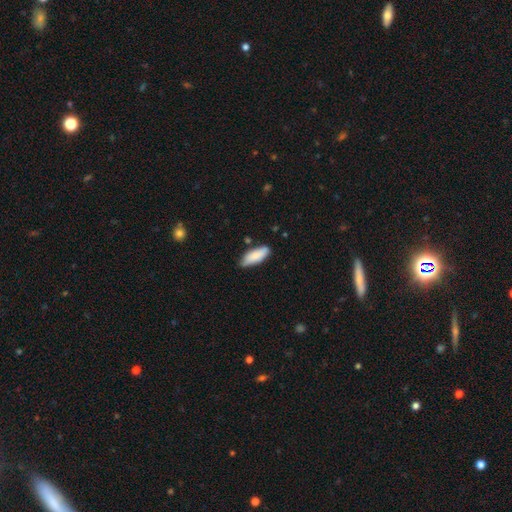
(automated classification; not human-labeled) The model was most divided on "how rounded": in between: 71%, cigar-shaped: 27%, round: 2%. More confident: smooth or featured — smooth (84%); merging — none (75%).